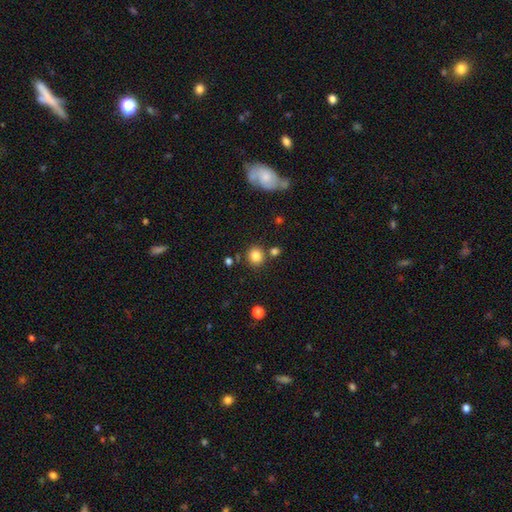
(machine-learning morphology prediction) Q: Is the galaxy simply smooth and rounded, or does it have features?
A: smooth — 83%.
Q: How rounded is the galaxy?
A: round — 85%.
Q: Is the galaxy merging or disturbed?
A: none — 79%.